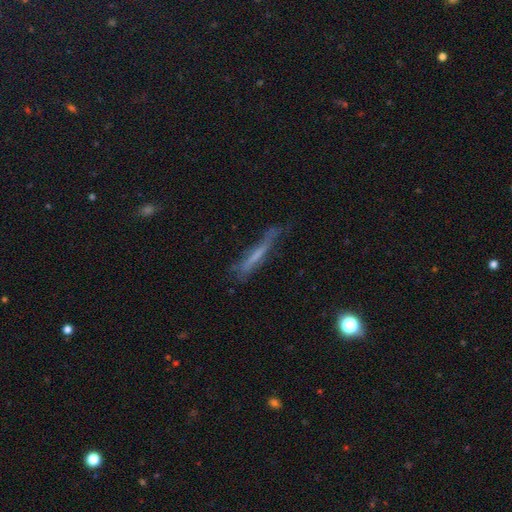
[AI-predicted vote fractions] This appears to be a featured or disk galaxy (47%). Merging: none (57%).